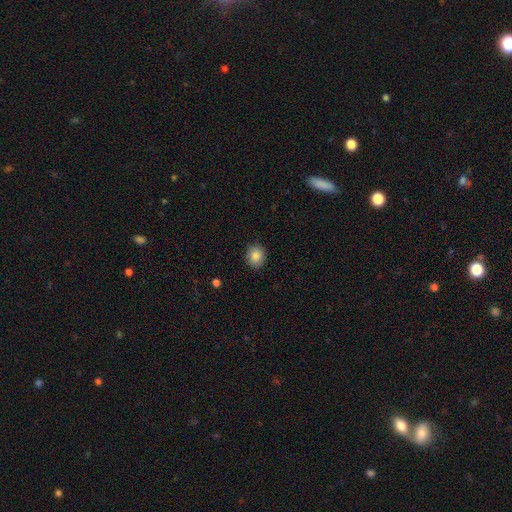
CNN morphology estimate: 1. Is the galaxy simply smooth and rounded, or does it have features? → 85% smooth, 9% star or artifact, 6% featured or disk.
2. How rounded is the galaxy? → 75% round, 24% in between, 1% cigar-shaped.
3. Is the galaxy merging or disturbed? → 89% none, 8% minor disturbance, 2% major disturbance, 1% merger.